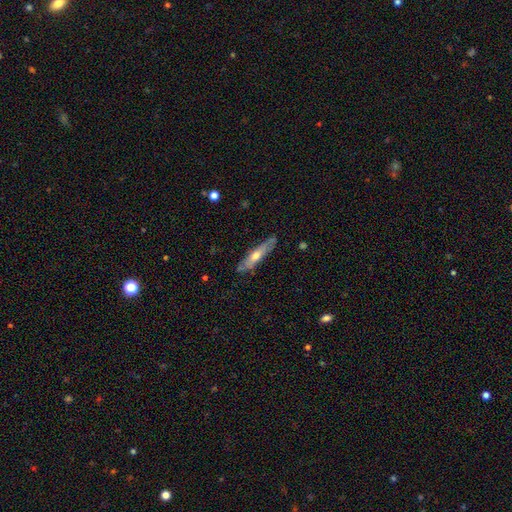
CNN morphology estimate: smooth-or-featured: featured or disk: 50% | smooth: 45% | star or artifact: 6%
  merging: none: 80% | minor disturbance: 15% | major disturbance: 3% | merger: 2%